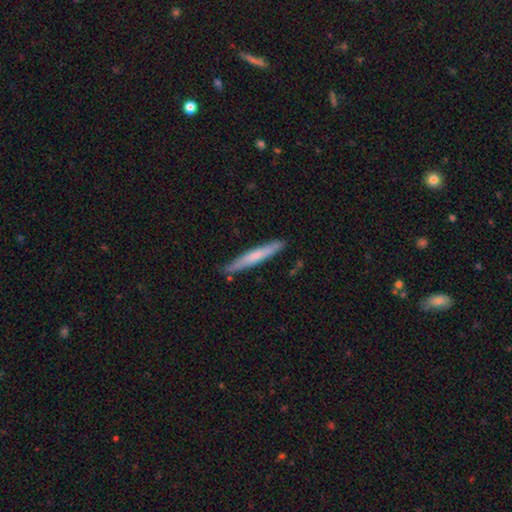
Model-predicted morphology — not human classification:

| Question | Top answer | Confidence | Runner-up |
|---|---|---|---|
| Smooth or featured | smooth | 59% | featured or disk (36%) |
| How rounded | cigar-shaped | 95% | in between (4%) |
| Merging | none | 85% | minor disturbance (12%) |